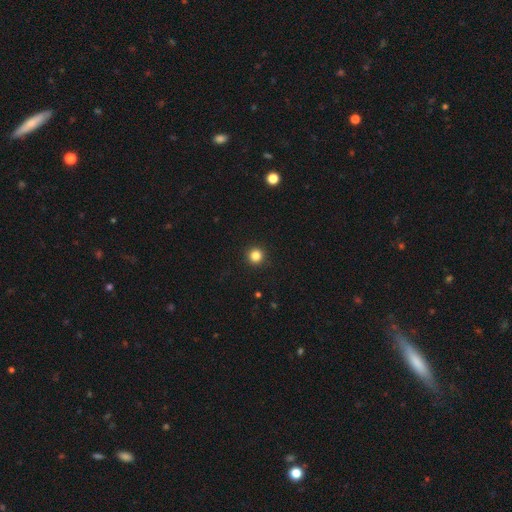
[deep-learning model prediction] Smooth or featured?
  - smooth: 84% *
  - star or artifact: 12%
  - featured or disk: 4%
How rounded?
  - round: 96% *
  - in between: 3%
  - cigar-shaped: 1%
Merging?
  - none: 93% *
  - minor disturbance: 4%
  - major disturbance: 2%
  - merger: 1%